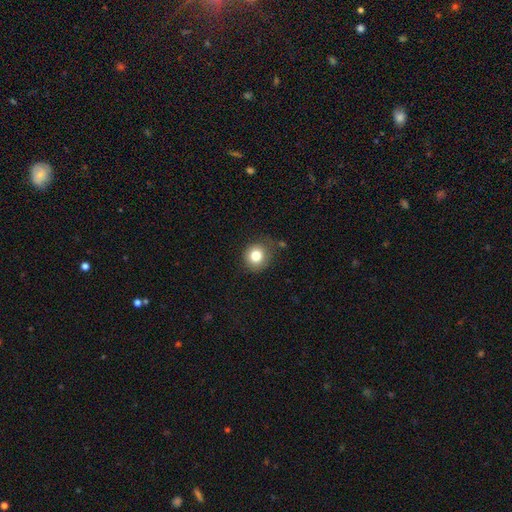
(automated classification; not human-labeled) A smooth galaxy with no disk features (81%) that is round (85%).

Vote fractions:
- Smooth or featured? smooth: 81% / star or artifact: 11% / featured or disk: 8%
- How rounded? round: 85% / in between: 14% / cigar-shaped: 1%
- Merging? none: 77% / minor disturbance: 16% / major disturbance: 4% / merger: 2%